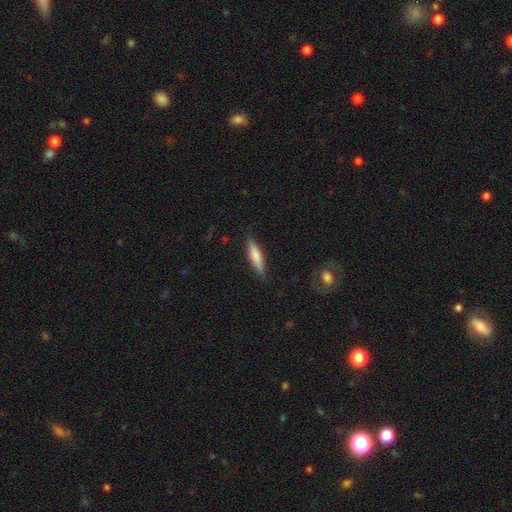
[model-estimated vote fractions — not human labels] A smooth galaxy with no disk features (69%) that is cigar-shaped (81%). Merging: none (85%).